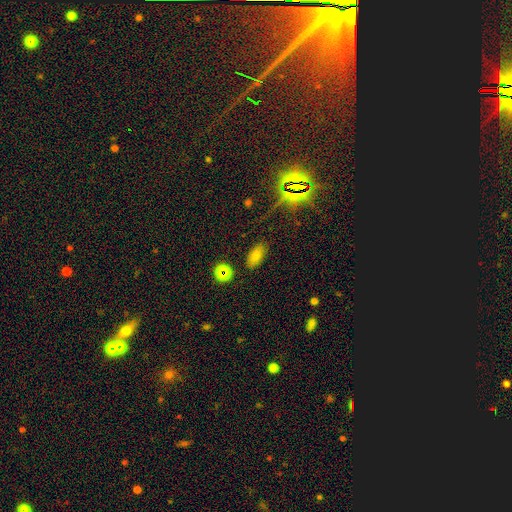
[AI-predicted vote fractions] smooth-or-featured: smooth: 73% | star or artifact: 18% | featured or disk: 9%
  how-rounded: in between: 90% | cigar-shaped: 5% | round: 5%
  merging: none: 84% | minor disturbance: 11% | major disturbance: 3% | merger: 2%